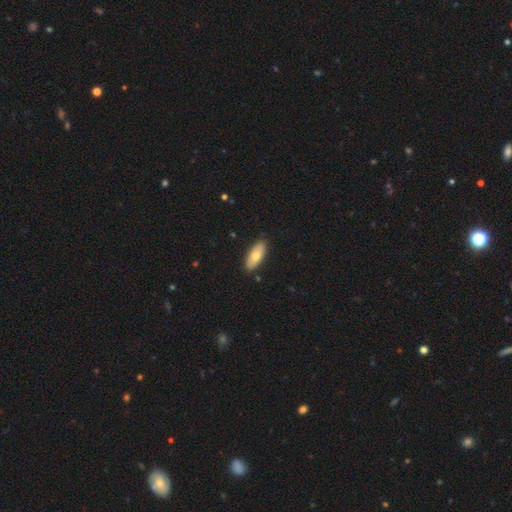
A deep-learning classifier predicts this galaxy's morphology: A smooth galaxy with no disk features (69%) that is in between round and cigar-shaped (81%). Merging: none (88%).